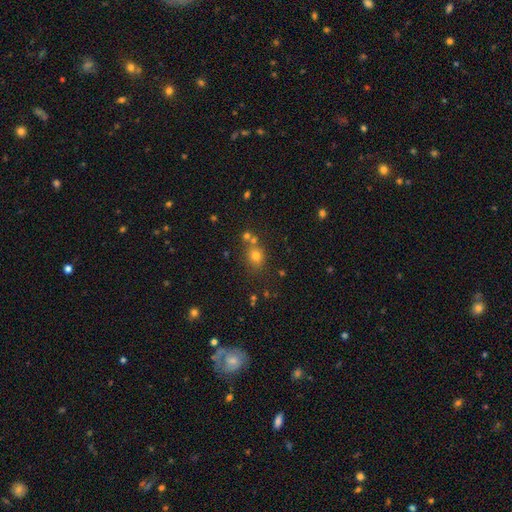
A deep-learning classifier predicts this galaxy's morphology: Overall: smooth (71%). How rounded: round (70%). Merging: none (67%).